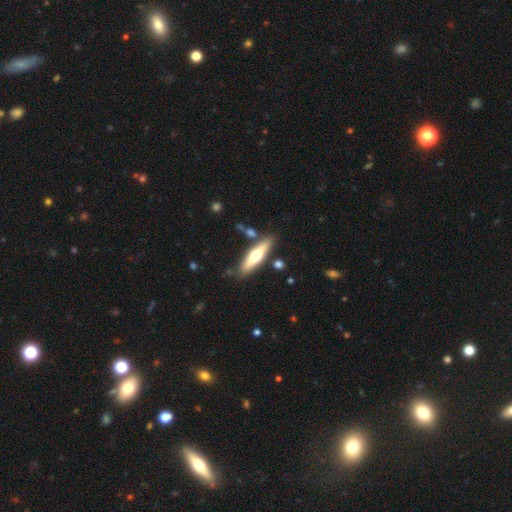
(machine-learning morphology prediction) The model was most divided on "smooth or featured": smooth: 49%, featured or disk: 45%, star or artifact: 5%. More confident: merging — none (82%).